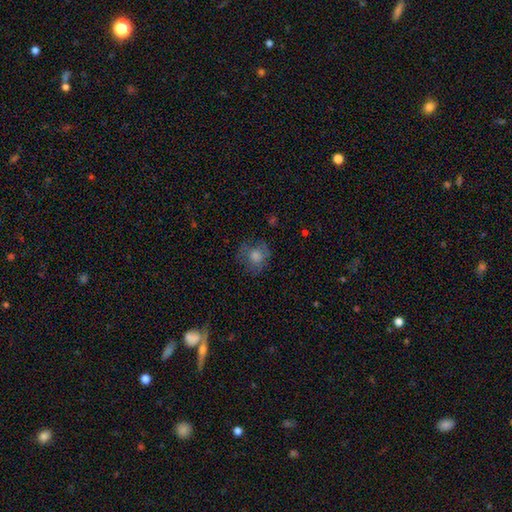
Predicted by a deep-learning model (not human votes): The model was most divided on "smooth or featured": smooth: 61%, featured or disk: 24%, star or artifact: 15%. More confident: how rounded — round (80%); merging — none (69%).